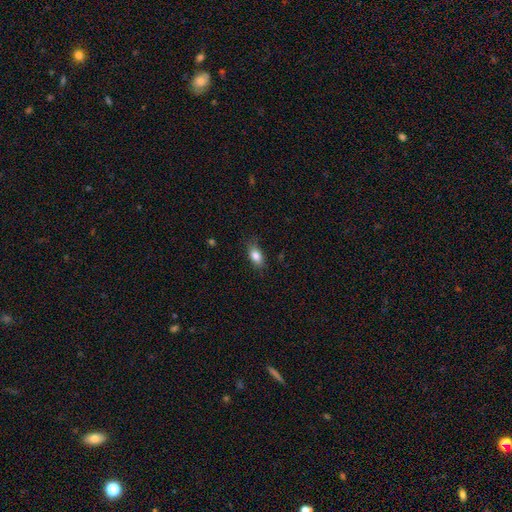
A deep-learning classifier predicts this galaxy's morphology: Smooth or featured? Predicted: smooth (p=0.84). How rounded? Predicted: in between (p=0.87). Merging? Predicted: none (p=0.80).